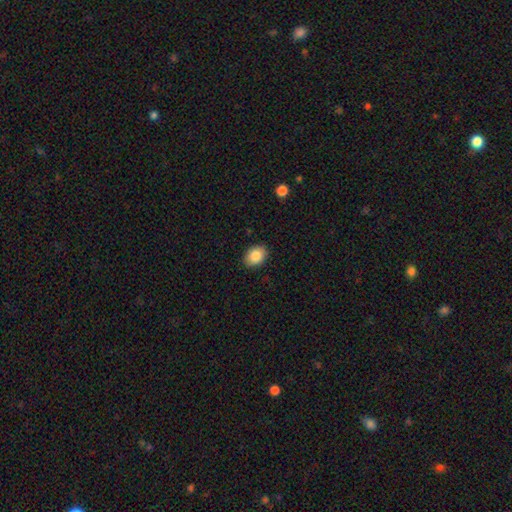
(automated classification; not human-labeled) Smooth or featured? smooth (87%)
How rounded? in between (74%)
Merging? none (88%)